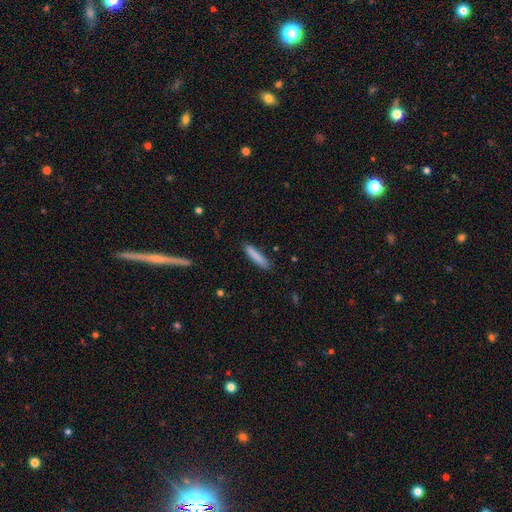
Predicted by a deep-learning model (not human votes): Smooth or featured? Predicted: smooth (p=0.85). How rounded? Predicted: cigar-shaped (p=0.88). Merging? Predicted: none (p=0.86).